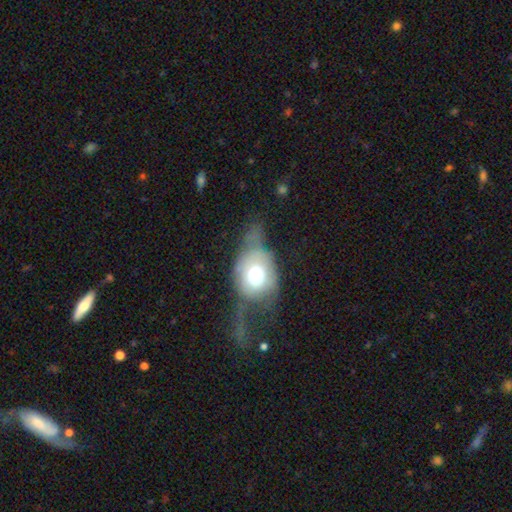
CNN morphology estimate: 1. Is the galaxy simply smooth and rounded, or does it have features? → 48% featured or disk, 40% smooth, 11% star or artifact.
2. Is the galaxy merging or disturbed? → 43% major disturbance, 27% none, 24% minor disturbance, 6% merger.